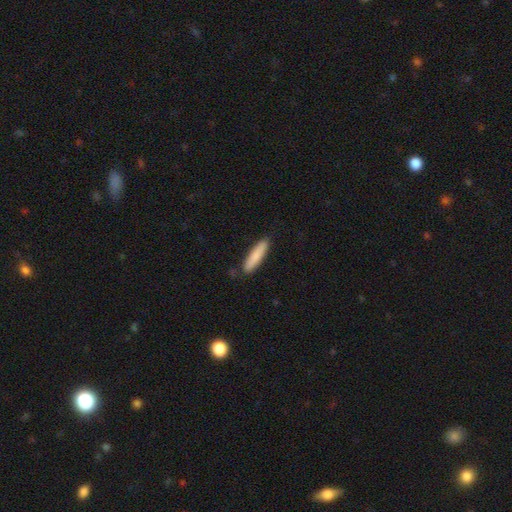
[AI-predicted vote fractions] The model was most divided on "how rounded": cigar-shaped: 82%, in between: 16%, round: 1%. More confident: merging — none (86%); smooth or featured — smooth (84%).